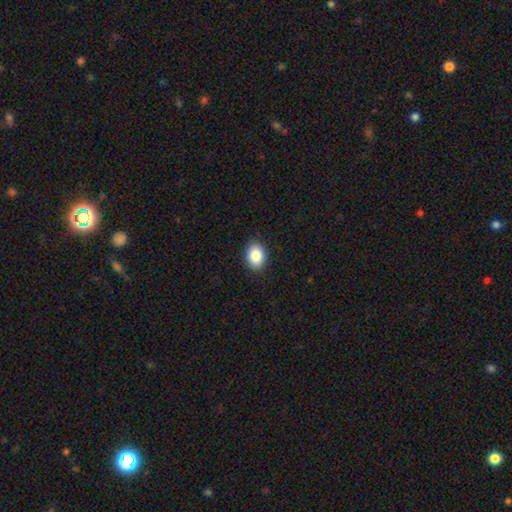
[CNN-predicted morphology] smooth-or-featured: smooth: 86% | star or artifact: 8% | featured or disk: 6%
  how-rounded: in between: 74% | round: 25% | cigar-shaped: 1%
  merging: none: 89% | minor disturbance: 8% | major disturbance: 2% | merger: 1%